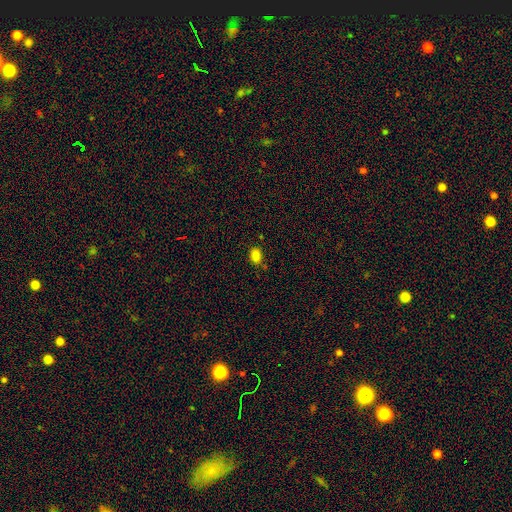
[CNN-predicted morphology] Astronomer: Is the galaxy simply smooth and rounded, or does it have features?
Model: smooth — 83%.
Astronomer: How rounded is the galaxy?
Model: in between — 80%.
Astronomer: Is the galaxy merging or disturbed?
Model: none — 76%.